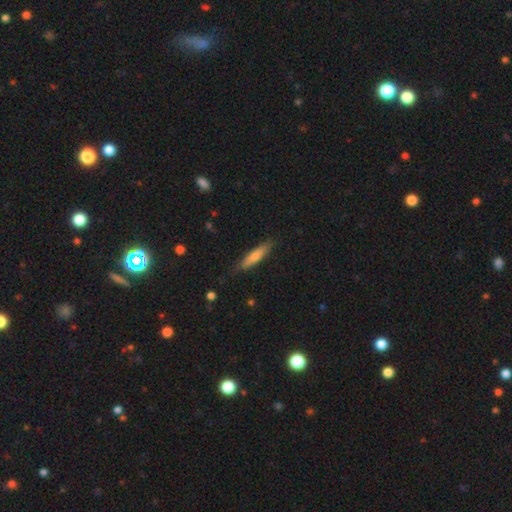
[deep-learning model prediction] This is likely a smooth galaxy (66%). How rounded: clearly cigar-shaped (86%). Merging: clearly none (83%).